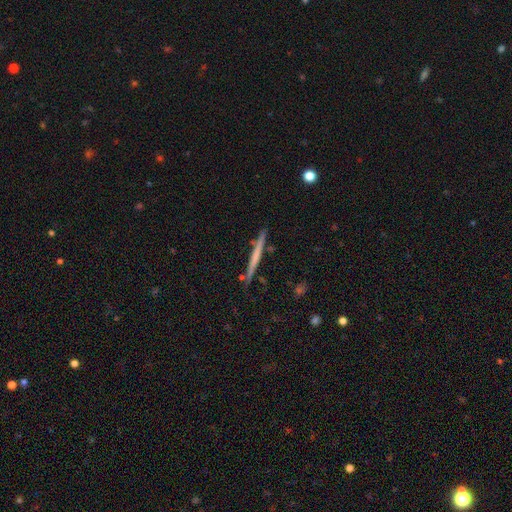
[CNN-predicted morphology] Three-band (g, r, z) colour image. It shows a featured or disk galaxy (52%) viewed edge-on (97%) with no central bulge (82%). Merging: none (87%).